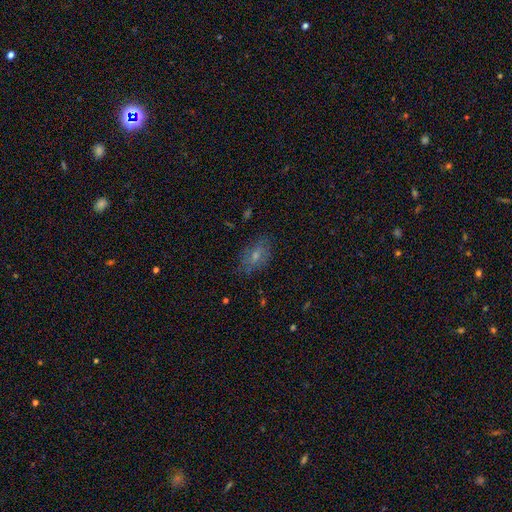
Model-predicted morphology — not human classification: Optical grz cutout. It shows a smooth galaxy with no disk features (59%) that is in between round and cigar-shaped (81%). Merging: none (72%).